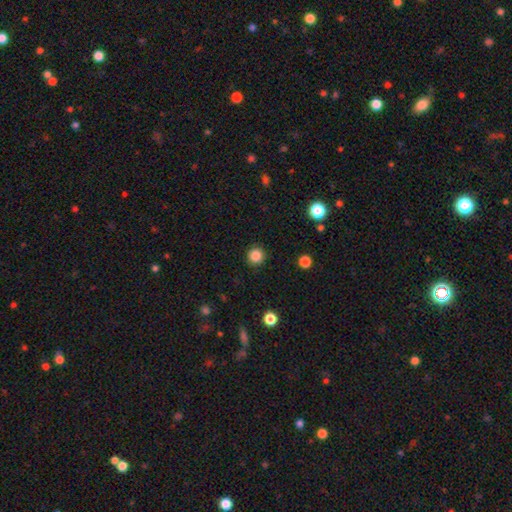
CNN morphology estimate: The model was most divided on "smooth or featured": smooth: 85%, star or artifact: 11%, featured or disk: 4%. More confident: how rounded — round (95%); merging — none (92%).